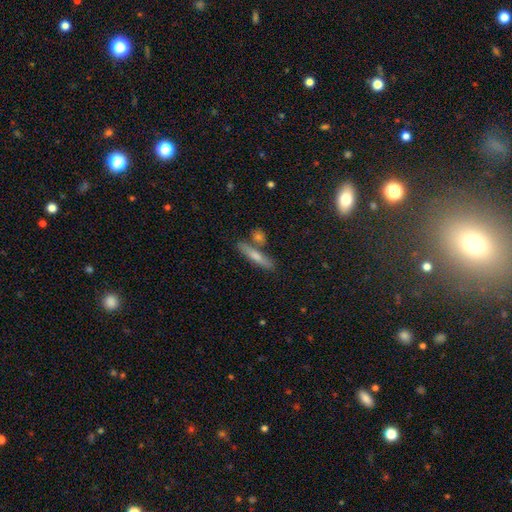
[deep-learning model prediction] Smooth or featured? Predicted: smooth (p=0.63). How rounded? Predicted: cigar-shaped (p=0.85). Merging? Predicted: none (p=0.74).